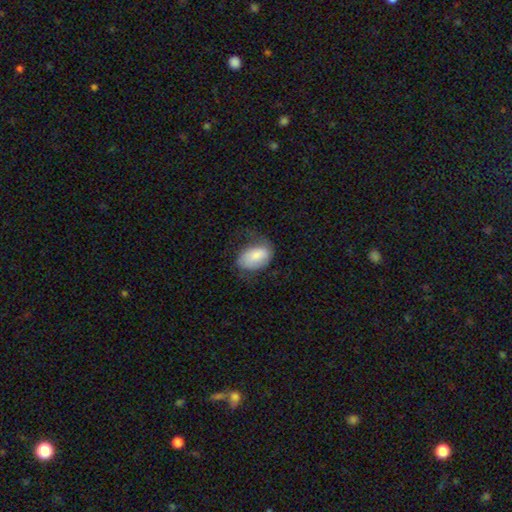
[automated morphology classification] Smooth or featured? smooth (77%)
How rounded? in between (91%)
Merging? none (44%)